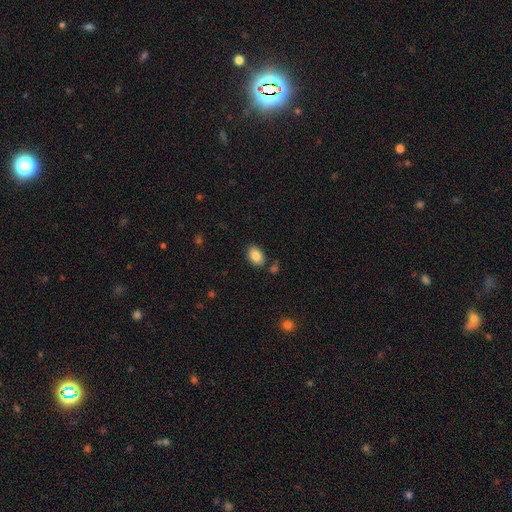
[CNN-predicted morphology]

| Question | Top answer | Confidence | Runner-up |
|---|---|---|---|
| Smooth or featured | smooth | 86% | star or artifact (8%) |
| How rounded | in between | 86% | round (13%) |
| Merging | none | 81% | minor disturbance (11%) |